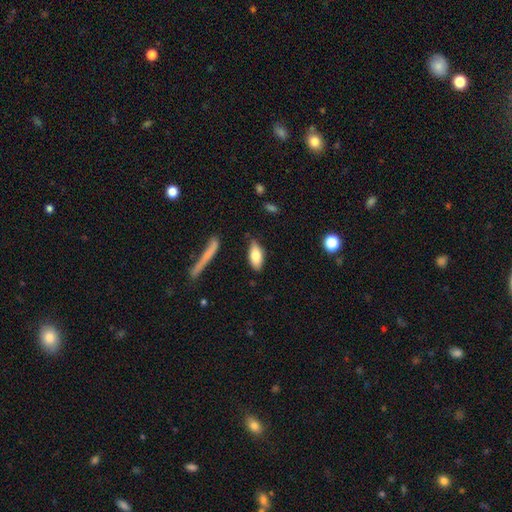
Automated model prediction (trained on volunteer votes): Overall: smooth (77%). How rounded: in between (81%). Merging: none (79%).